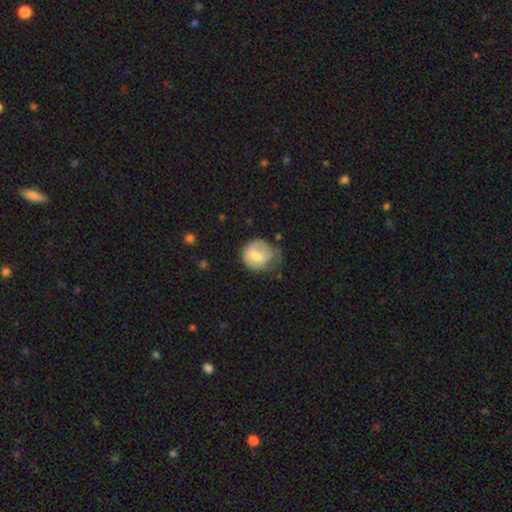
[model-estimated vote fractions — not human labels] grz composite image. It shows a smooth galaxy with no disk features (61%) that is round (77%). Merging: none (38%).